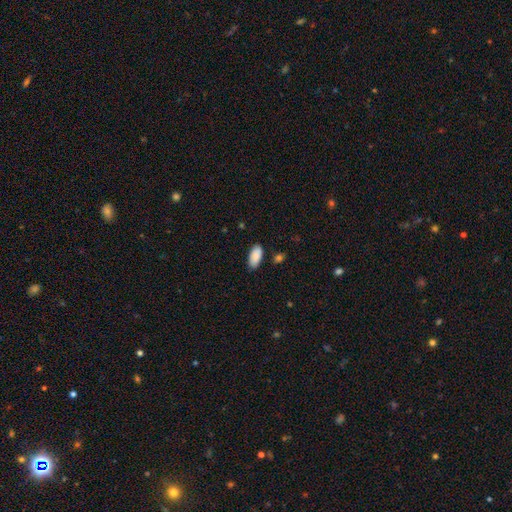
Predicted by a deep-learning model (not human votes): Morphology: type=smooth (89%); roundness=in between (92%); merging=none (85%).